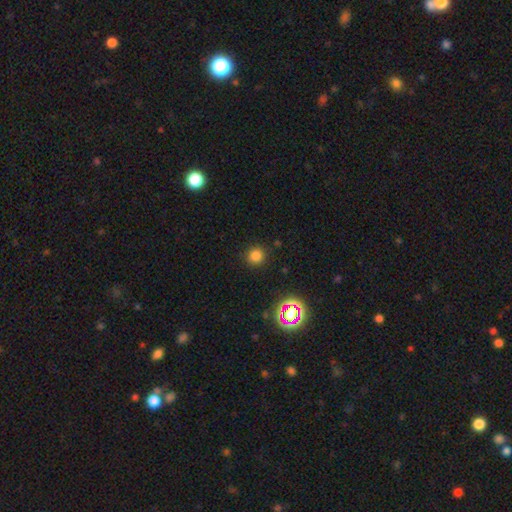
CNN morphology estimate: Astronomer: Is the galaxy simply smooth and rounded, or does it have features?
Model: smooth — 76%.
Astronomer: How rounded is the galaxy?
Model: round — 92%.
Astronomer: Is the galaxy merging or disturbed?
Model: none — 89%.